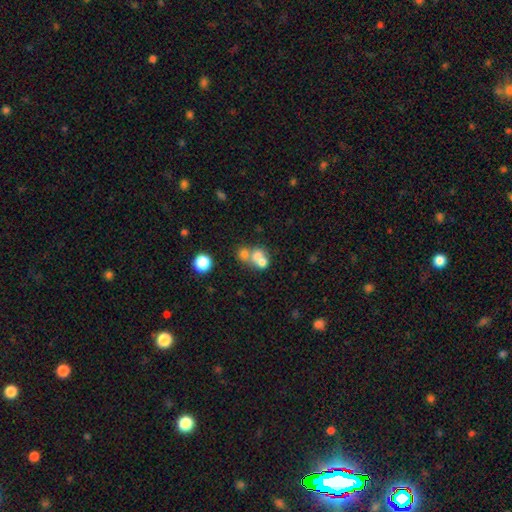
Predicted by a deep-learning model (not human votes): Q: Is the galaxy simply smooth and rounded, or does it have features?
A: smooth — 65%.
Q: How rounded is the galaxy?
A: round — 70%.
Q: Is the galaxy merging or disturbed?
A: merger — 62%.